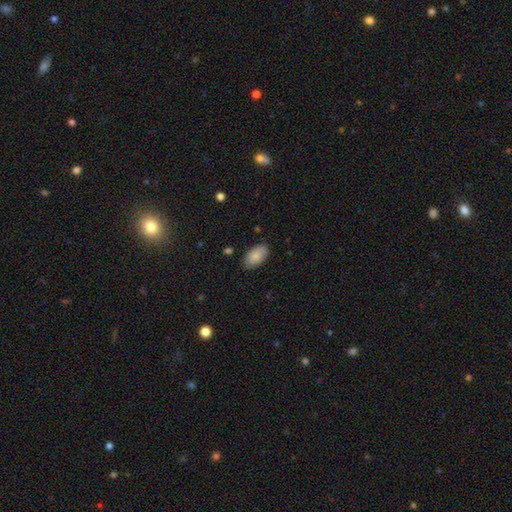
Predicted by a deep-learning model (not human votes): Smooth or featured? smooth (84%)
How rounded? in between (95%)
Merging? none (85%)